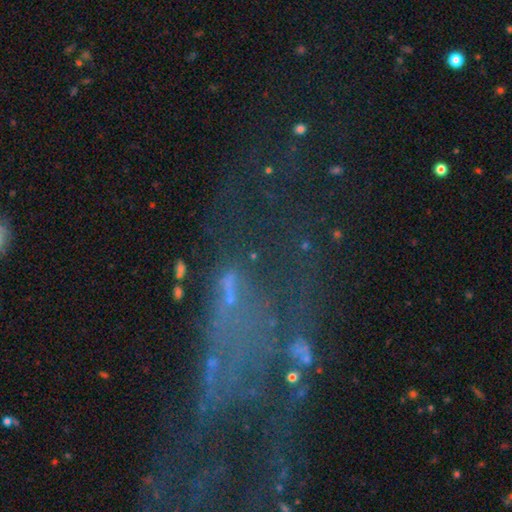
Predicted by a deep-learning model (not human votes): smooth_or_featured: featured or disk (p=0.47) [alt: star or artifact p=0.35]
merging: major disturbance (p=0.38) [alt: none p=0.36]